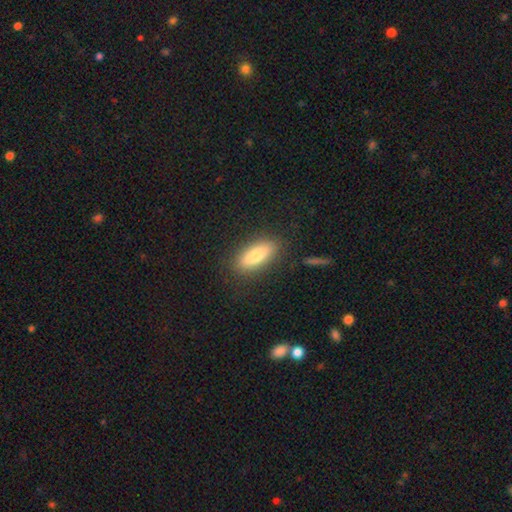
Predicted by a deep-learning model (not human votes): The model was most divided on "how rounded": in between: 68%, cigar-shaped: 29%, round: 3%. More confident: merging — none (86%); smooth or featured — smooth (78%).